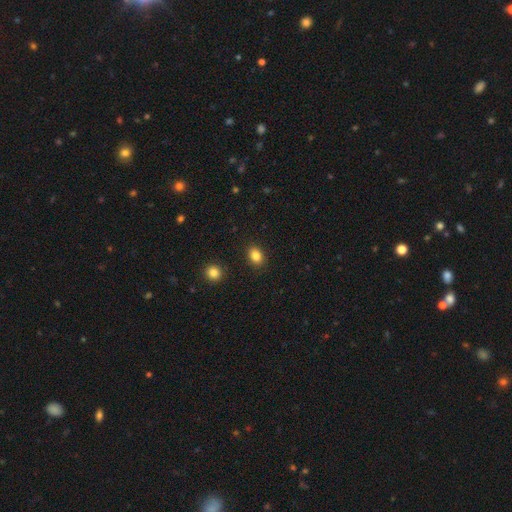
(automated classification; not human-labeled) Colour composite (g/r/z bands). It shows a smooth galaxy with no disk features (84%) that is in between round and cigar-shaped (70%). Merging: none (88%).